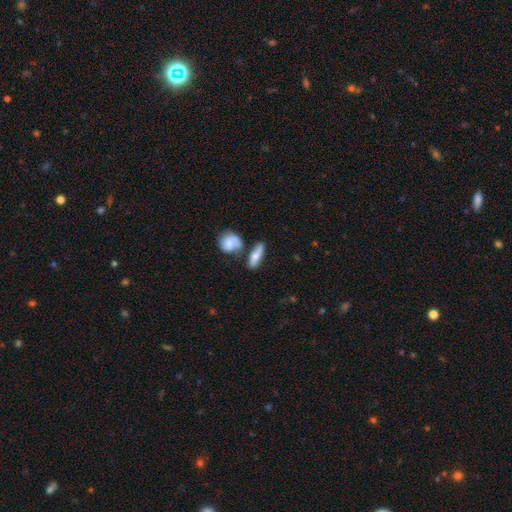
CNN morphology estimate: A smooth galaxy with no disk features (64%) that is in between round and cigar-shaped (51%). Merging: none (51%).